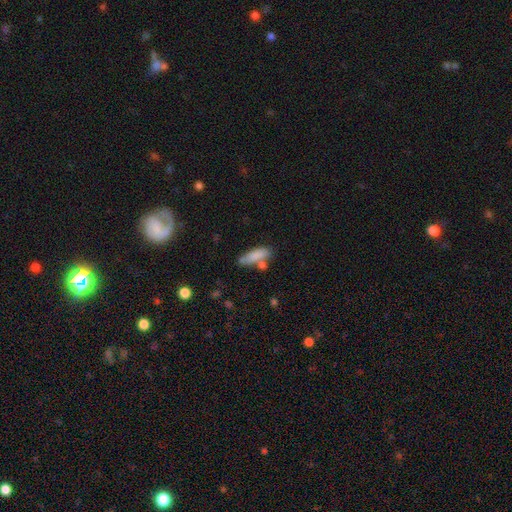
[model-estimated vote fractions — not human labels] Smooth or featured?
  - smooth: 82% *
  - featured or disk: 11%
  - star or artifact: 7%
How rounded?
  - cigar-shaped: 49% *
  - in between: 48%
  - round: 2%
Merging?
  - none: 59% *
  - minor disturbance: 19%
  - merger: 15%
  - major disturbance: 6%